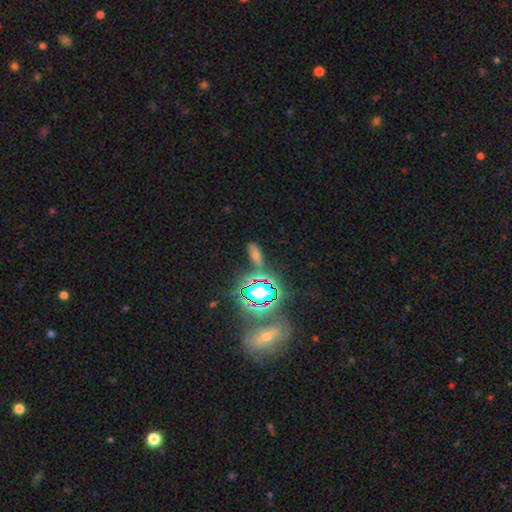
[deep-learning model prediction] smooth-or-featured: star or artifact: 45% | smooth: 38% | featured or disk: 18%